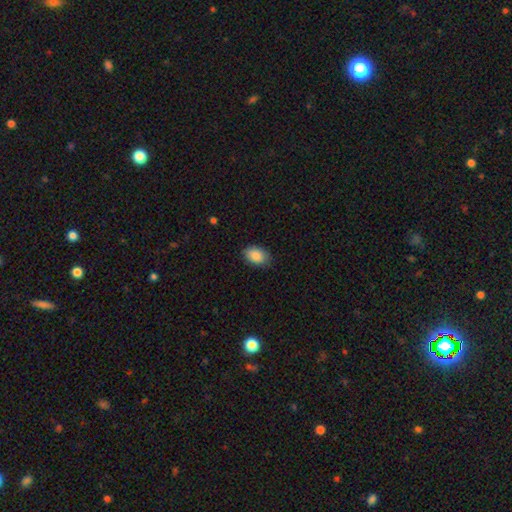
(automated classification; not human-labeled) The model was most divided on "merging": none: 83%, minor disturbance: 13%, major disturbance: 3%, merger: 1%. More confident: smooth or featured — smooth (88%); how rounded — in between (85%).